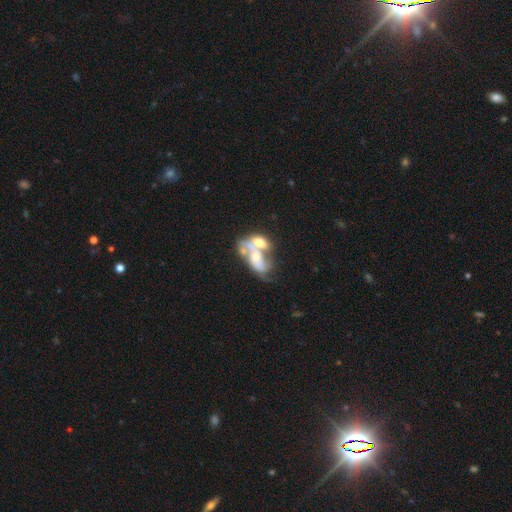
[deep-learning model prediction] featured or disk 58%, smooth 33%, star or artifact 9%. Down the decision tree: edge-on disk — no (95%); bar — no (81%); spiral arms — no (70%); bulge size — moderate (41%); merging — merger (67%).